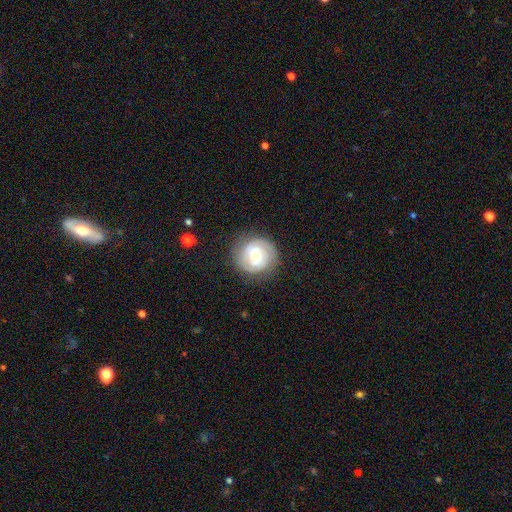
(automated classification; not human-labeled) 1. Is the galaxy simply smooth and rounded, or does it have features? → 65% featured or disk, 28% smooth, 7% star or artifact.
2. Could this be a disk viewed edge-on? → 98% no, 2% yes.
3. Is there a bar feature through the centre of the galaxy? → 60% no, 33% weak, 8% strong.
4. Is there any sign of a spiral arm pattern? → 88% yes, 12% no.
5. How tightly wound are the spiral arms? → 64% tight, 28% medium, 8% loose.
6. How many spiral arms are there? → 61% 2, 20% can't tell, 9% 3, 4% 1, 3% 4, 3% more than 4.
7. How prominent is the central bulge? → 60% small, 33% moderate, 3% large, 2% none, 1% dominant.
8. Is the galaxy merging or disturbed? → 82% none, 12% minor disturbance, 5% major disturbance, 1% merger.